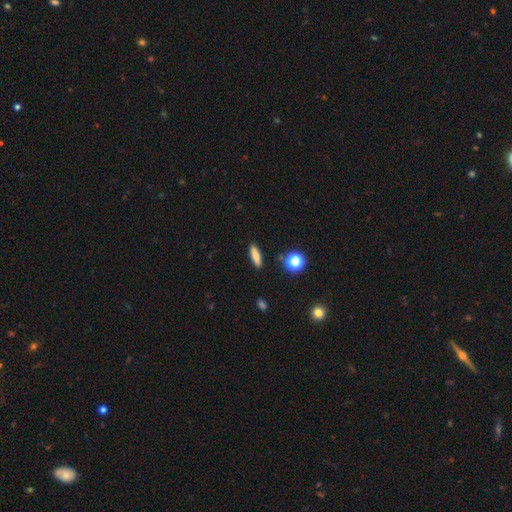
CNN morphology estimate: Overall: smooth (77%). How rounded: cigar-shaped (63%; in between 31%). Merging: none (89%).